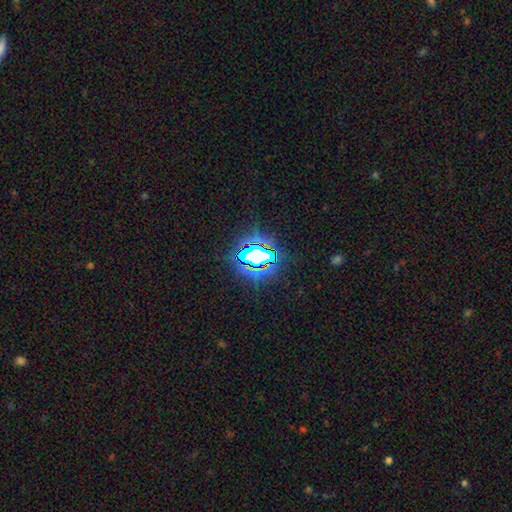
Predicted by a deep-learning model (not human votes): star or artifact 68%, smooth 20%, featured or disk 12%.